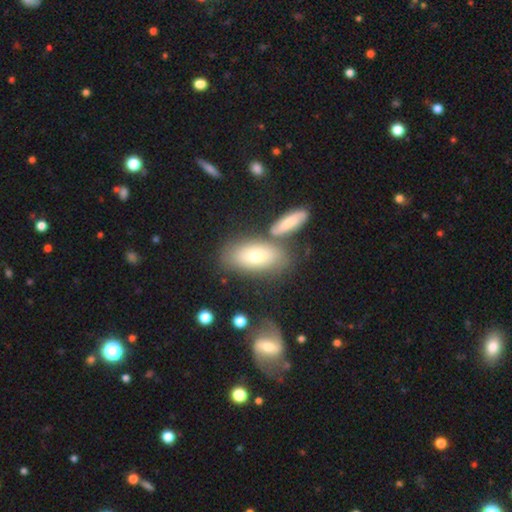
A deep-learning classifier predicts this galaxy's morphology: Smooth or featured? smooth (70%)
How rounded? in between (89%)
Merging? none (61%)